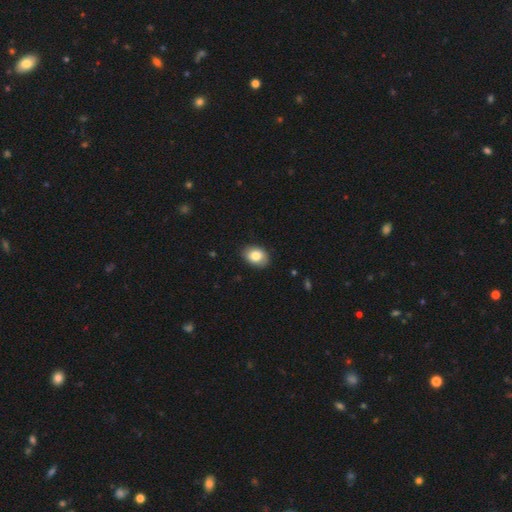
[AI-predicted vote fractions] Overall: smooth (82%). How rounded: in between (78%). Merging: none (86%).